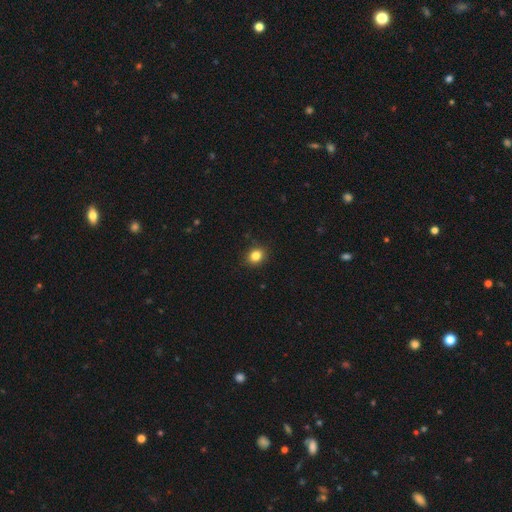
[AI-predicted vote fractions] Smooth or featured? smooth (83%)
How rounded? round (72%)
Merging? none (89%)